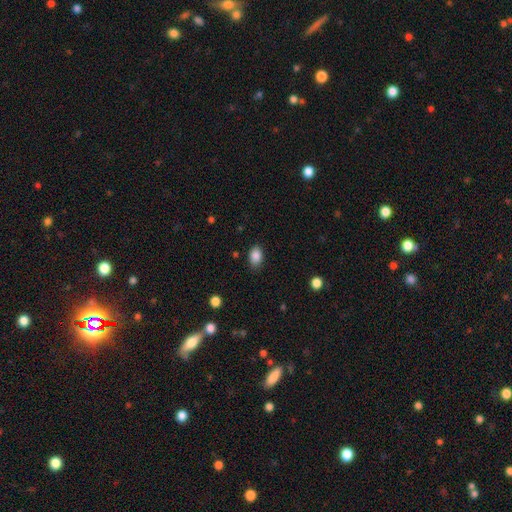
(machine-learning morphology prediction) smooth 87%, star or artifact 9%, featured or disk 4%. Down the decision tree: how rounded — in between (80%); merging — none (84%).